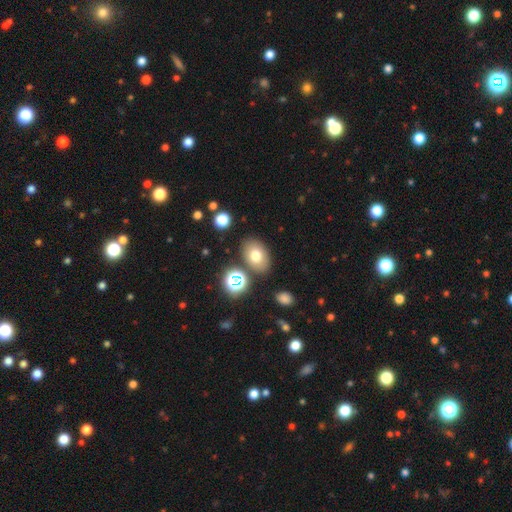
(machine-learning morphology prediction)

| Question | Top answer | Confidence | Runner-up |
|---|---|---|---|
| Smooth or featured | smooth | 72% | featured or disk (16%) |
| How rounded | in between | 81% | round (17%) |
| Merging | none | 80% | minor disturbance (11%) |